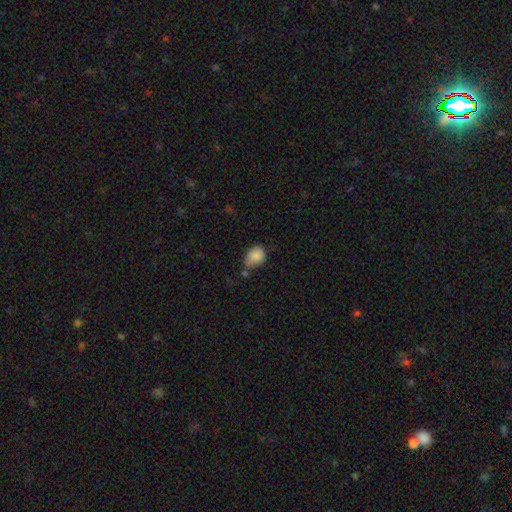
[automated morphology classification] type=smooth (86%); roundness=in between (58%); merging=none (49%).